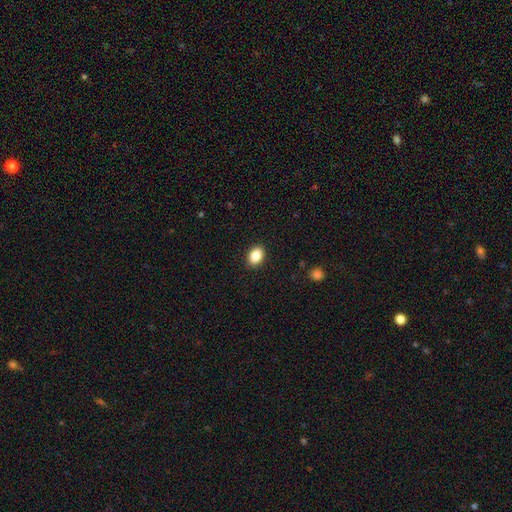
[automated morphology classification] smooth-or-featured: smooth: 86% | star or artifact: 9% | featured or disk: 6%
  how-rounded: in between: 78% | round: 21% | cigar-shaped: 1%
  merging: none: 90% | minor disturbance: 7% | major disturbance: 2% | merger: 1%